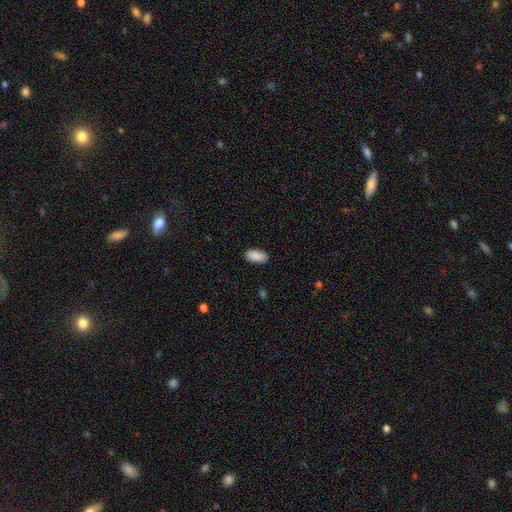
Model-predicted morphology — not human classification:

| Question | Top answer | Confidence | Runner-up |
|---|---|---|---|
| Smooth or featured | smooth | 90% | star or artifact (6%) |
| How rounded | in between | 95% | cigar-shaped (3%) |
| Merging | none | 88% | minor disturbance (9%) |